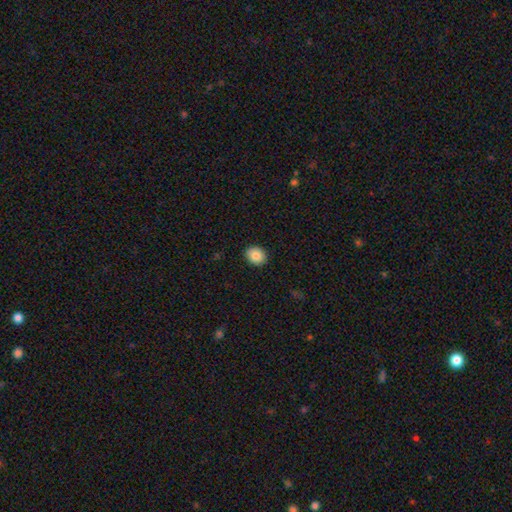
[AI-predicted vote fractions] Smooth or featured? smooth (85%)
How rounded? round (56%)
Merging? none (91%)